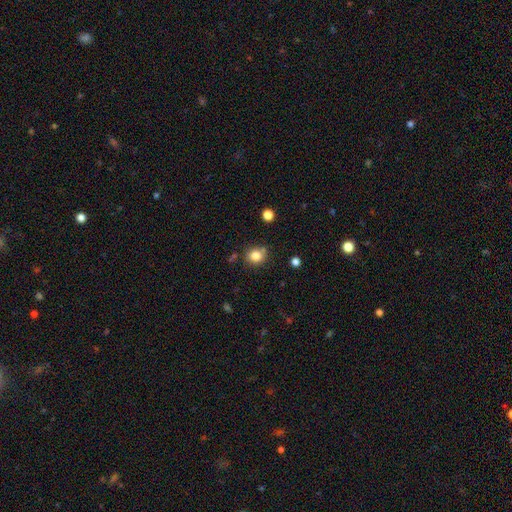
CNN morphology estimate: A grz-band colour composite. It shows a smooth galaxy with no disk features (82%) that is round (80%). Merging: none (76%).